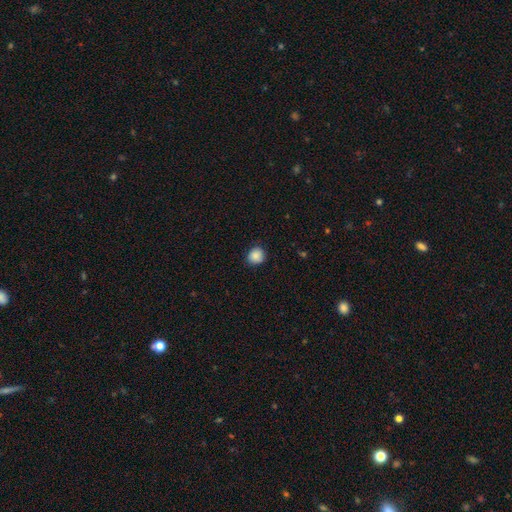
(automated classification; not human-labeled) Q: Smooth or featured?
A: smooth (86%); runner-up: star or artifact (9%)
Q: How rounded?
A: round (85%); runner-up: in between (14%)
Q: Merging?
A: none (84%); runner-up: minor disturbance (13%)